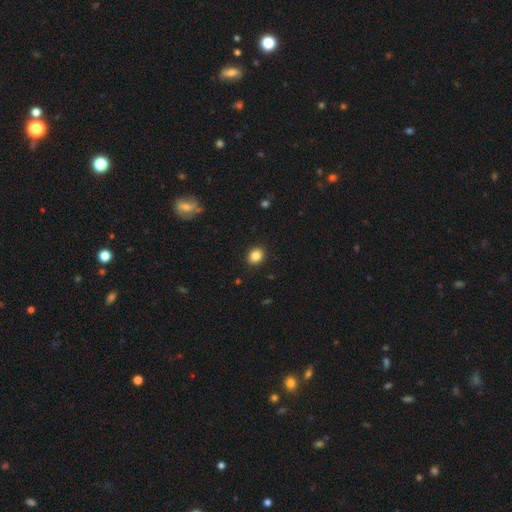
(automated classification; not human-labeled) Smooth or featured?
  - smooth: 86% *
  - star or artifact: 10%
  - featured or disk: 4%
How rounded?
  - round: 59% *
  - in between: 40%
  - cigar-shaped: 1%
Merging?
  - none: 91% *
  - minor disturbance: 6%
  - major disturbance: 2%
  - merger: 1%